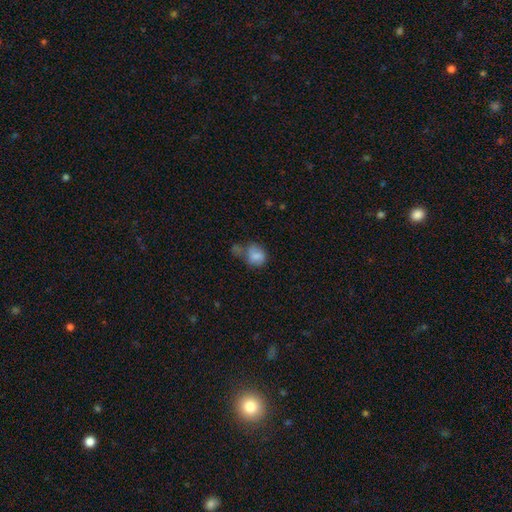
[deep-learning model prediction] Smooth or featured? Predicted: smooth (p=0.77). How rounded? Predicted: round (p=0.56). Merging? Predicted: none (p=0.37).